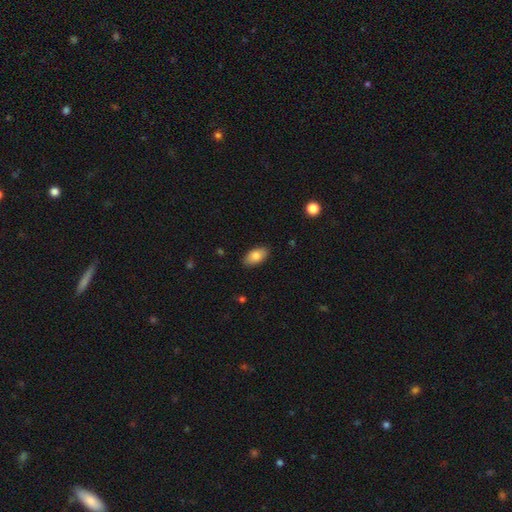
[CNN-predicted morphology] The model was most divided on "smooth or featured": smooth: 82%, featured or disk: 11%, star or artifact: 7%. More confident: how rounded — in between (93%); merging — none (87%).